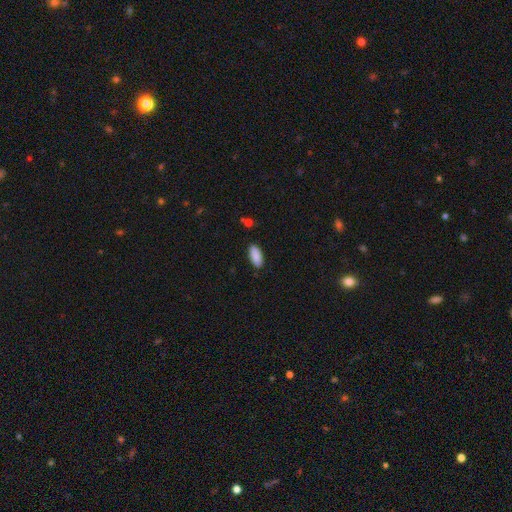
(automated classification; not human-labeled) smooth 89%, star or artifact 6%, featured or disk 5%. Down the decision tree: how rounded — in between (89%); merging — none (87%).